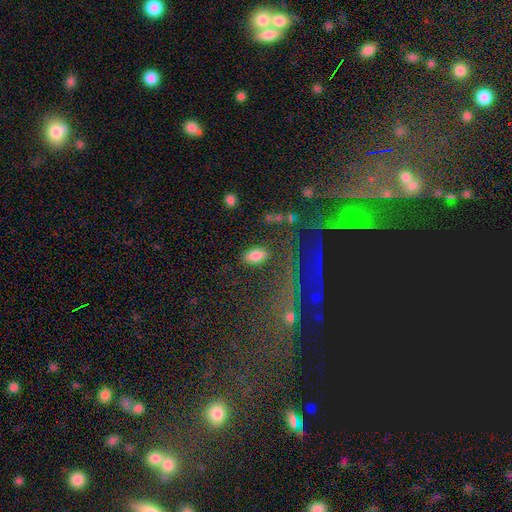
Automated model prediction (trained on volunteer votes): Overall: smooth (81%). How rounded: in between (92%). Merging: none (80%).